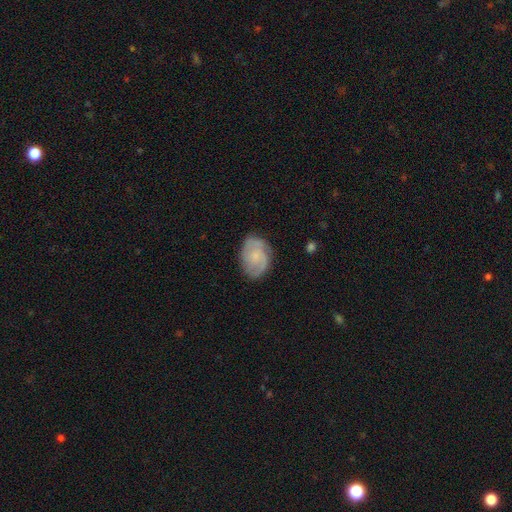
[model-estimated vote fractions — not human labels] Smooth or featured?
  - featured or disk: 63% *
  - smooth: 30%
  - star or artifact: 7%
Edge-on disk?
  - no: 97% *
  - yes: 3%
Bar?
  - no: 69% *
  - weak: 27%
  - strong: 4%
Spiral arms?
  - yes: 90% *
  - no: 10%
Spiral winding?
  - medium: 43% *
  - tight: 42%
  - loose: 15%
Spiral arm count?
  - 2: 59% *
  - can't tell: 19%
  - 3: 11%
  - 1: 5%
  - 4: 3%
  - more than 4: 2%
Bulge size?
  - small: 57% *
  - moderate: 20%
  - none: 20%
  - large: 2%
  - dominant: 1%
Merging?
  - none: 75% *
  - minor disturbance: 18%
  - major disturbance: 6%
  - merger: 1%